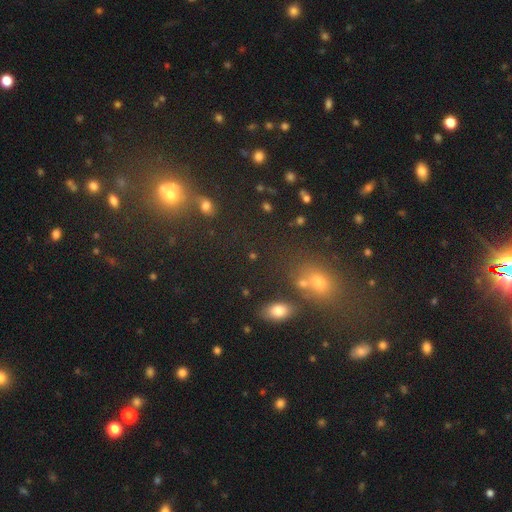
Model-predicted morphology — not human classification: A smooth galaxy with no disk features (48%).

Vote fractions:
- Smooth or featured? smooth: 48% / star or artifact: 42% / featured or disk: 10%
- Merging? none: 65% / merger: 19% / minor disturbance: 11% / major disturbance: 6%